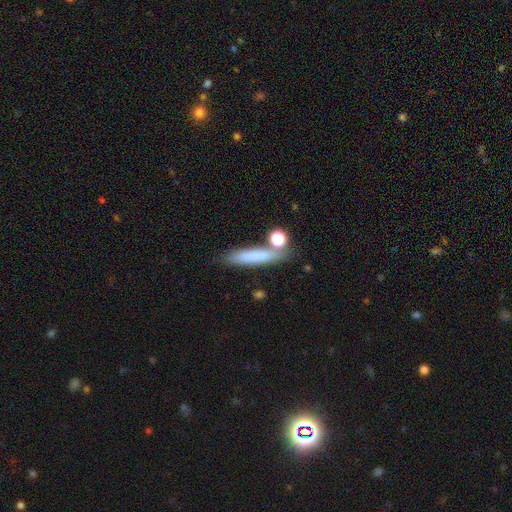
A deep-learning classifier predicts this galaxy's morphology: Overall: smooth (76%). How rounded: cigar-shaped (78%). Merging: none (71%).